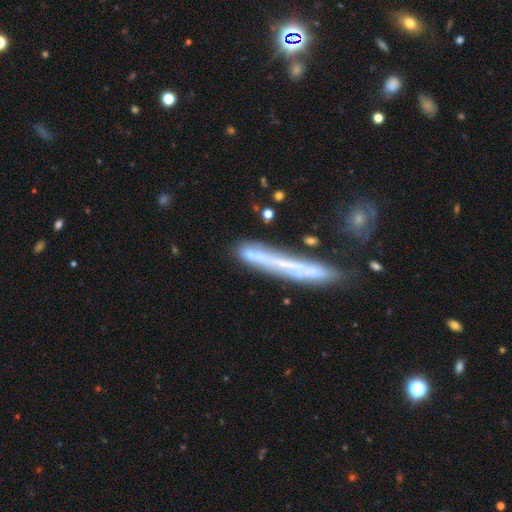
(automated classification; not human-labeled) Smooth or featured?
  - smooth: 49% *
  - featured or disk: 41%
  - star or artifact: 10%
Merging?
  - none: 60% *
  - minor disturbance: 21%
  - merger: 10%
  - major disturbance: 9%